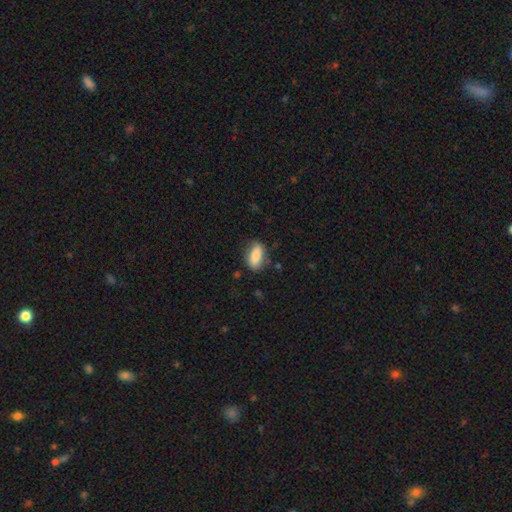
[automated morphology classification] This is clearly a smooth galaxy (83%). How rounded: clearly in between (82%). Merging: likely none (78%).